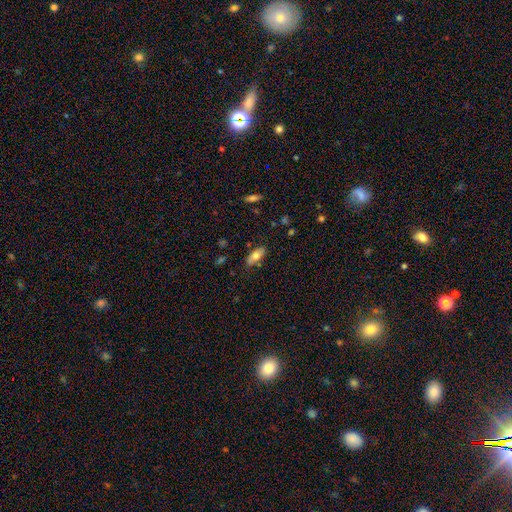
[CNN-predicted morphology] A smooth galaxy with no disk features (72%) that is in between round and cigar-shaped (84%). Merging: none (73%).